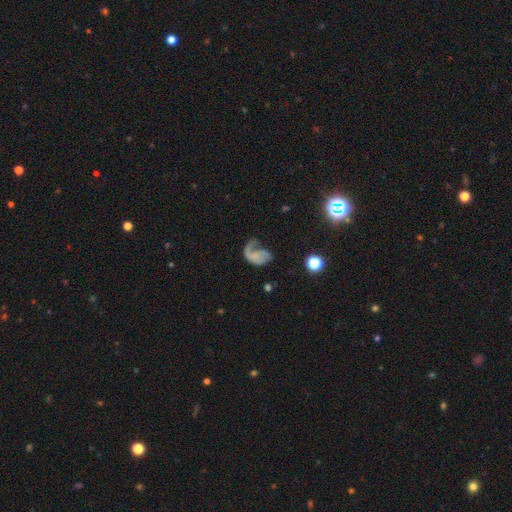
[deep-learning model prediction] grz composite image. It shows a featured or disk galaxy (65%) with no bar (76%), 1 (63%) loose (51%) spiral arms (86%) and no central bulge (56%). Merging: major disturbance (42%).